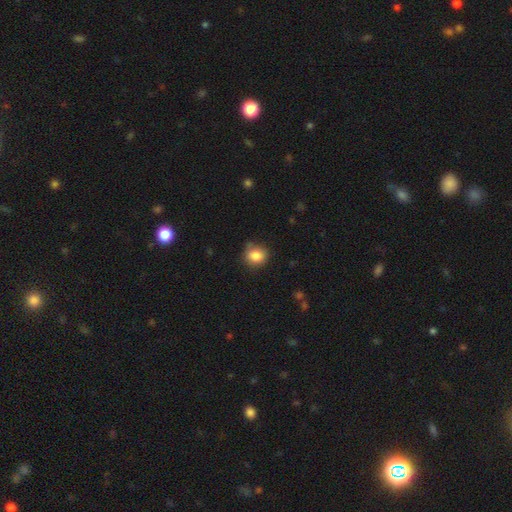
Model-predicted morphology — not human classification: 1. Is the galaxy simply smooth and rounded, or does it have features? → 85% smooth, 10% star or artifact, 6% featured or disk.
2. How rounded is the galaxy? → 76% round, 23% in between, 1% cigar-shaped.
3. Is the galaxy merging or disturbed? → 77% none, 17% minor disturbance, 3% major disturbance, 3% merger.